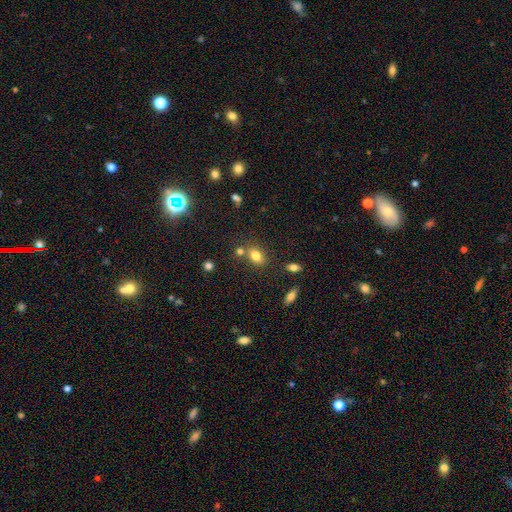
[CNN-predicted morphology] A smooth galaxy with no disk features (79%) that is in between round and cigar-shaped (78%). Merging: none (66%).